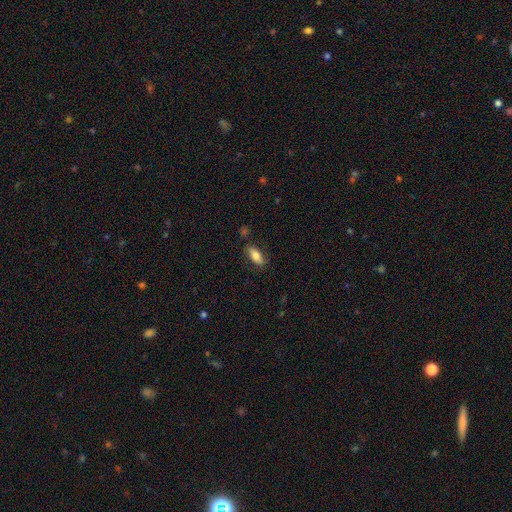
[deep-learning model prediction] The model was most divided on "smooth or featured": smooth: 74%, featured or disk: 19%, star or artifact: 7%. More confident: how rounded — in between (80%); merging — none (77%).